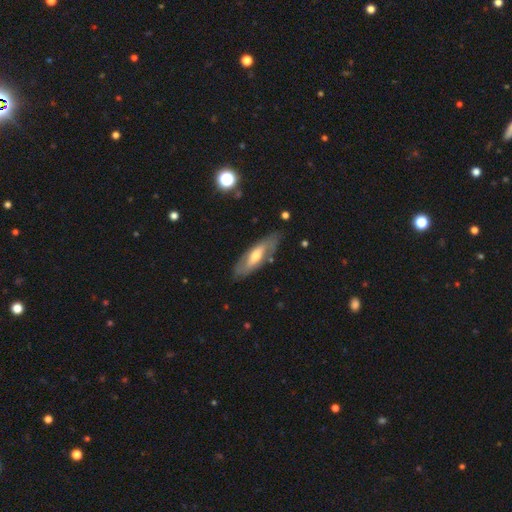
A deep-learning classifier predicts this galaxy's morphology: Smooth or featured?
  - featured or disk: 60% *
  - smooth: 35%
  - star or artifact: 6%
Edge-on disk?
  - no: 71% *
  - yes: 29%
Merging?
  - none: 79% *
  - minor disturbance: 15%
  - major disturbance: 4%
  - merger: 2%